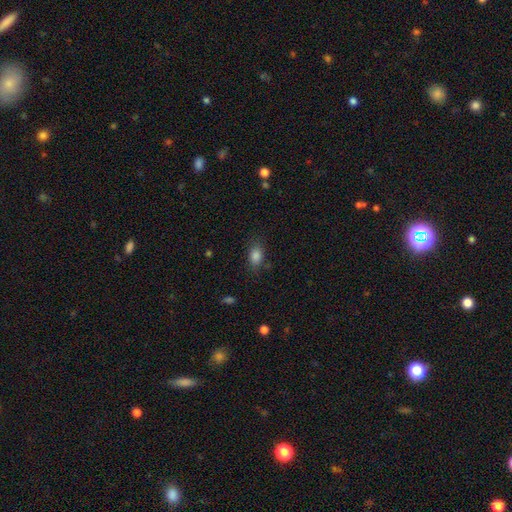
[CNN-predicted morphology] Q: Smooth or featured?
A: smooth (84%); runner-up: star or artifact (10%)
Q: How rounded?
A: in between (83%); runner-up: round (14%)
Q: Merging?
A: none (78%); runner-up: minor disturbance (16%)